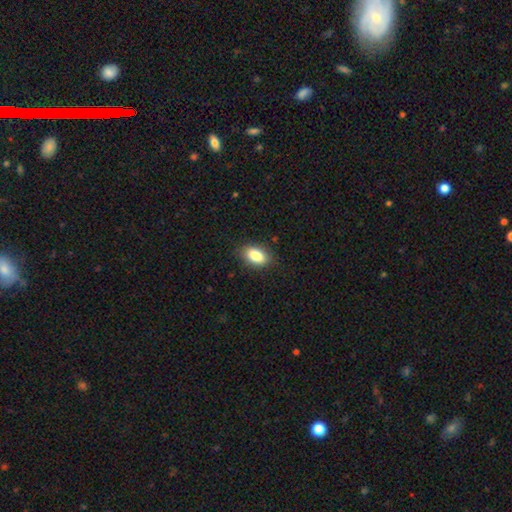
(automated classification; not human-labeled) Smooth or featured? Predicted: smooth (p=0.86). How rounded? Predicted: in between (p=0.90). Merging? Predicted: none (p=0.86).